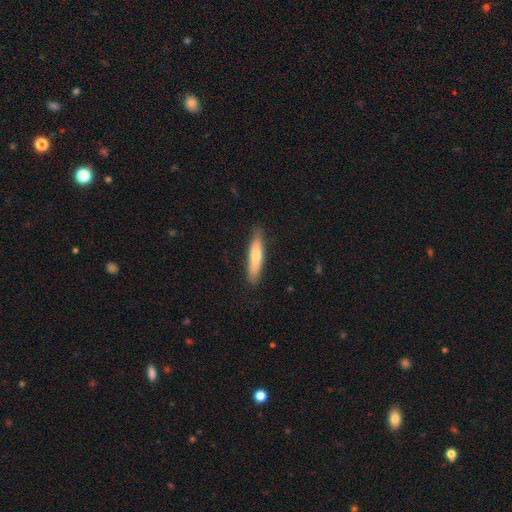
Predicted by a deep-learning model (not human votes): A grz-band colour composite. It shows a smooth galaxy with no disk features (74%) that is cigar-shaped (83%). Merging: none (84%).